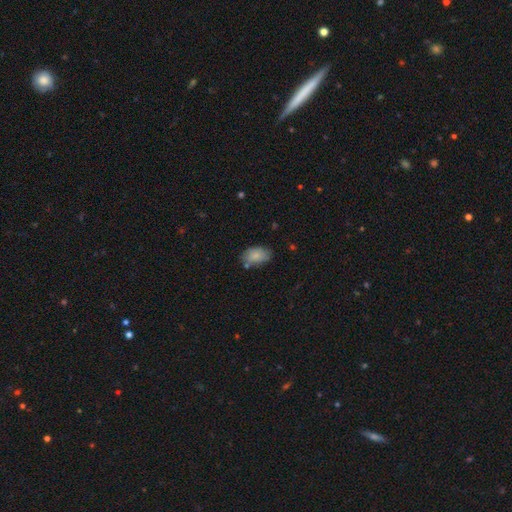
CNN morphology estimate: This appears to be a smooth galaxy with no disk features (82%) that is in between round and cigar-shaped (91%). Merging: none (68%).